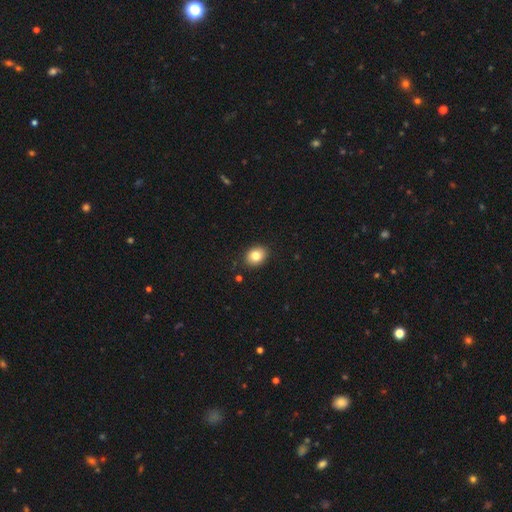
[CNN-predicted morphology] Smooth or featured?
  - smooth: 83% *
  - star or artifact: 9%
  - featured or disk: 8%
How rounded?
  - in between: 52% *
  - round: 47%
  - cigar-shaped: 1%
Merging?
  - none: 90% *
  - minor disturbance: 7%
  - major disturbance: 2%
  - merger: 1%